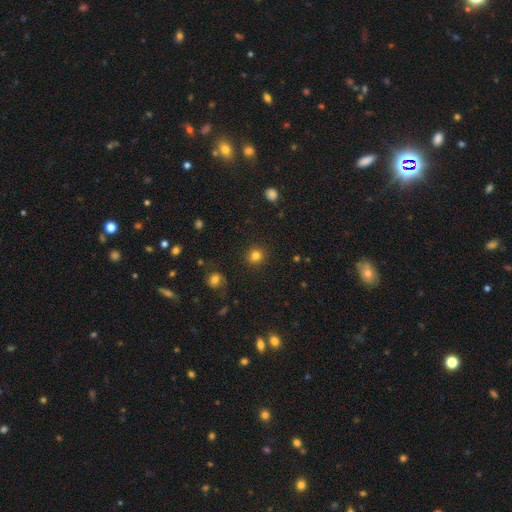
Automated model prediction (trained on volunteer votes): This appears to be a smooth galaxy with no disk features (82%) that is round (91%). Merging: none (90%).